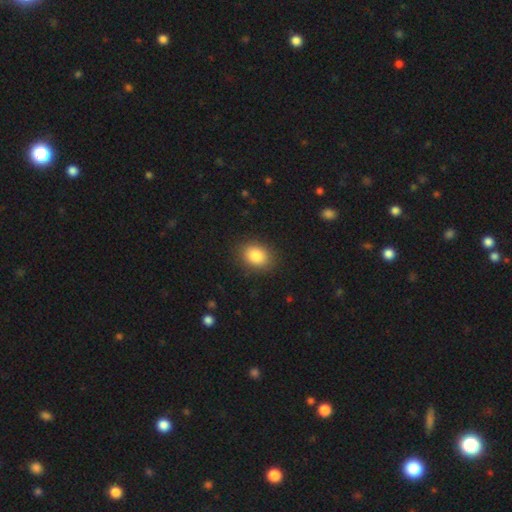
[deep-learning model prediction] smooth-or-featured: smooth: 85% | star or artifact: 9% | featured or disk: 6%
  how-rounded: in between: 62% | round: 37% | cigar-shaped: 1%
  merging: none: 88% | minor disturbance: 9% | major disturbance: 3% | merger: 1%